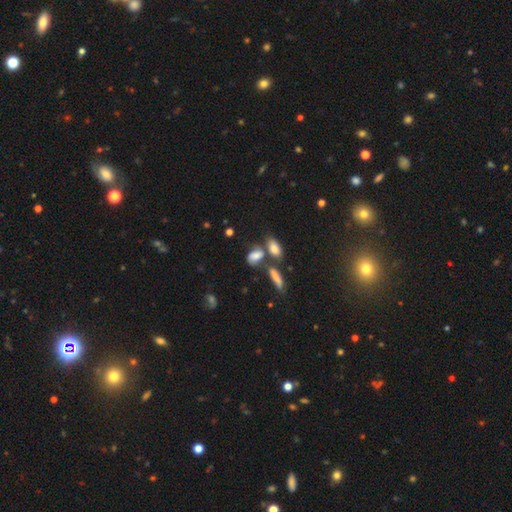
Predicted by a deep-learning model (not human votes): A smooth galaxy with no disk features (67%) that is in between round and cigar-shaped (82%). Merging: none (40%).